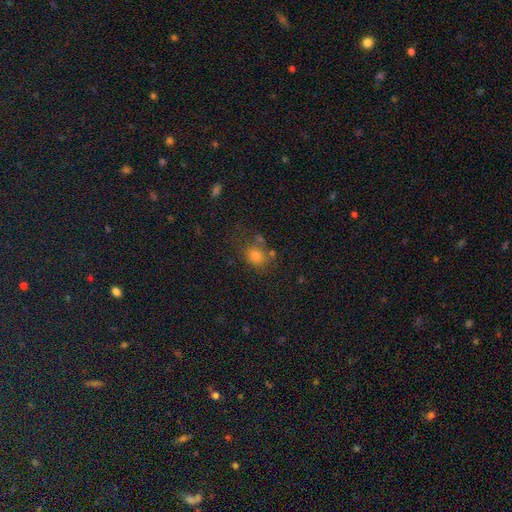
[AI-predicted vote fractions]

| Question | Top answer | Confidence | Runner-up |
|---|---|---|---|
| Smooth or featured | smooth | 73% | star or artifact (17%) |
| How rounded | round | 68% | in between (30%) |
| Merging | none | 61% | minor disturbance (17%) |